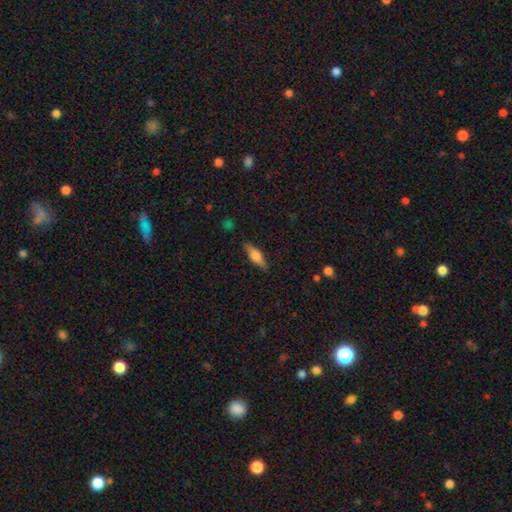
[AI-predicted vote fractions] Morphology: type=smooth (59%); roundness=in between (50%); merging=none (85%).